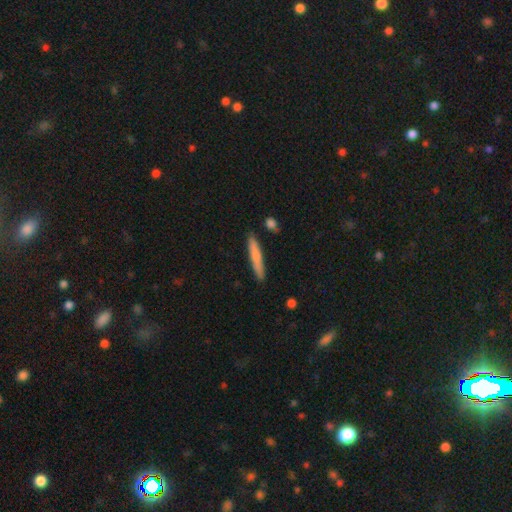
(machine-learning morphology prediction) This appears to be a smooth galaxy with no disk features (75%) that is cigar-shaped (94%). Merging: none (88%).